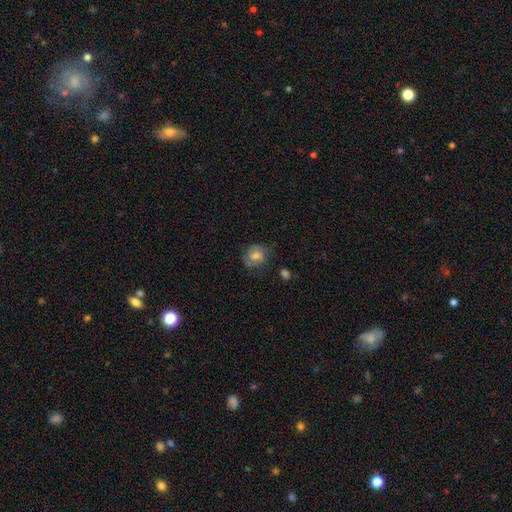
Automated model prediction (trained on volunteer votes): Q: Smooth or featured?
A: smooth (47%); runner-up: featured or disk (42%)
Q: Merging?
A: none (66%); runner-up: minor disturbance (22%)